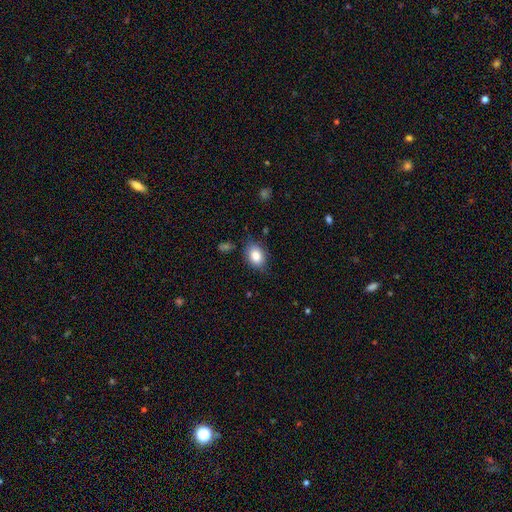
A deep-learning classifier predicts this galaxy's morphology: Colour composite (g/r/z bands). It shows a smooth galaxy with no disk features (85%) that is in between round and cigar-shaped (76%). Merging: none (75%).